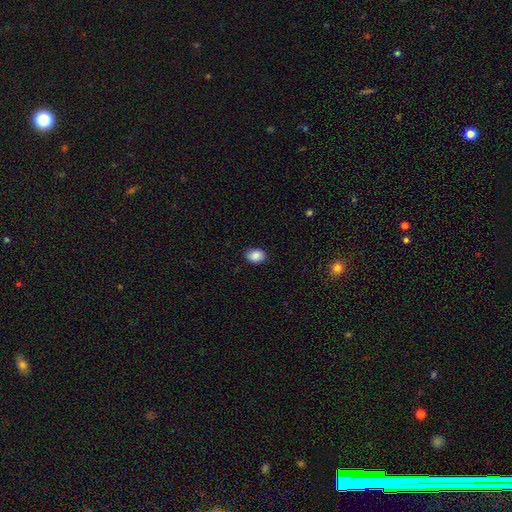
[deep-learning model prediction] This appears to be a smooth galaxy with no disk features (89%) that is in between round and cigar-shaped (70%). Merging: none (88%).